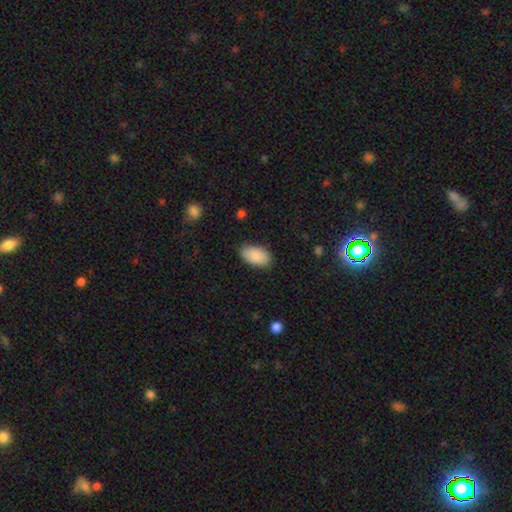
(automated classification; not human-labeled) Smooth or featured?
  - smooth: 90% *
  - star or artifact: 6%
  - featured or disk: 4%
How rounded?
  - in between: 95% *
  - round: 3%
  - cigar-shaped: 2%
Merging?
  - none: 84% *
  - minor disturbance: 13%
  - major disturbance: 3%
  - merger: 1%